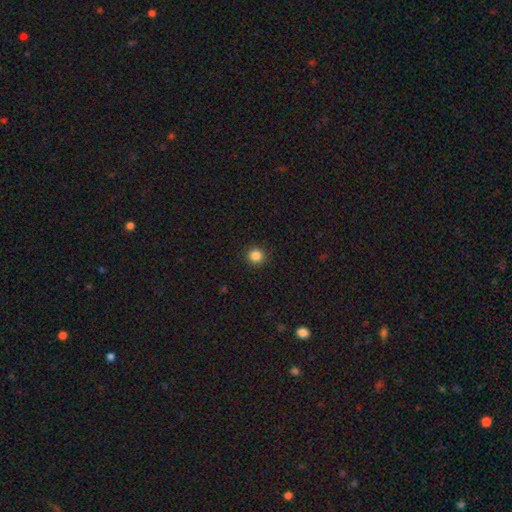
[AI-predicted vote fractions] Smooth or featured? Predicted: smooth (p=0.85). How rounded? Predicted: round (p=0.94). Merging? Predicted: none (p=0.92).